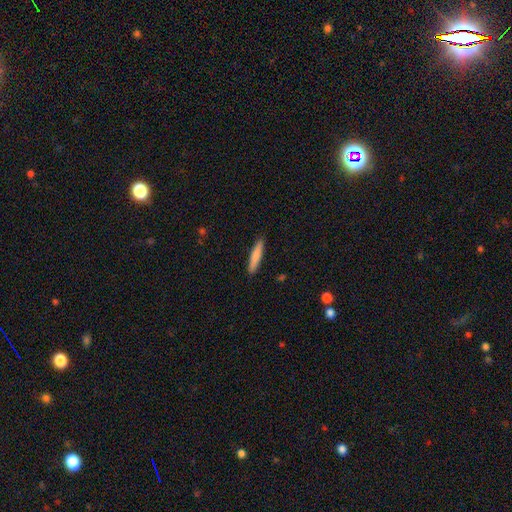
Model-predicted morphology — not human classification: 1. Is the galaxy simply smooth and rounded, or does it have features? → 81% smooth, 14% featured or disk, 5% star or artifact.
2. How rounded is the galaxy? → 91% cigar-shaped, 8% in between, 1% round.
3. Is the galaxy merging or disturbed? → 90% none, 7% minor disturbance, 2% major disturbance, 1% merger.